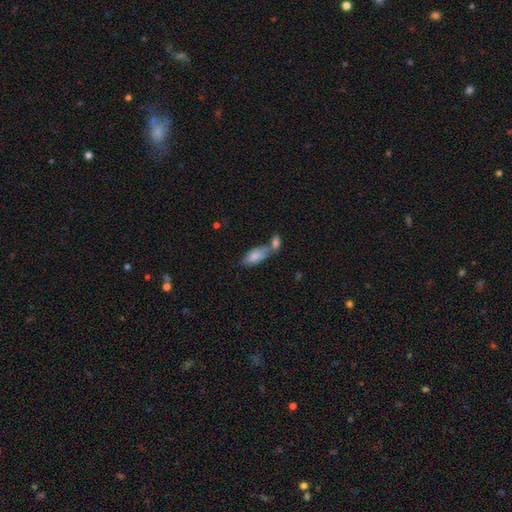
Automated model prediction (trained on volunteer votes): This is clearly a smooth galaxy (81%). How rounded: clearly in between (87%). Merging: possibly merger (47%).